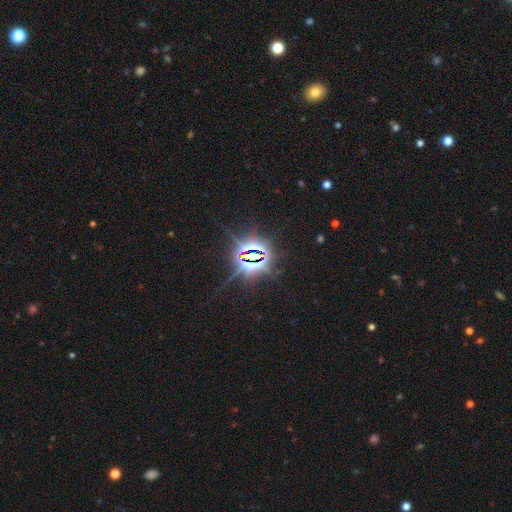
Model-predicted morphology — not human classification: Smooth or featured? Predicted: star or artifact (p=0.85).